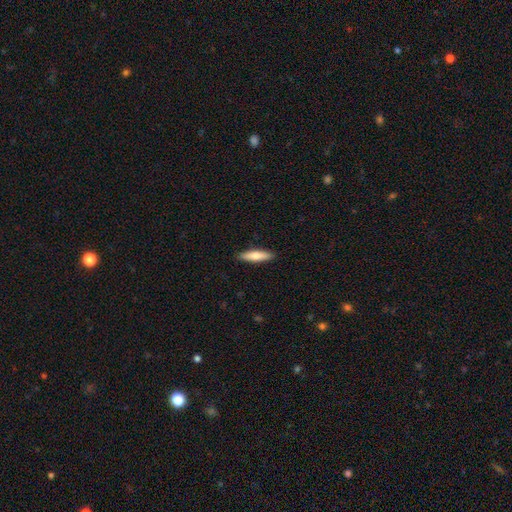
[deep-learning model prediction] smooth_or_featured: smooth (p=0.71) [alt: featured or disk p=0.23]
how_rounded: cigar-shaped (p=0.74) [alt: in between p=0.25]
merging: none (p=0.90) [alt: minor disturbance p=0.07]